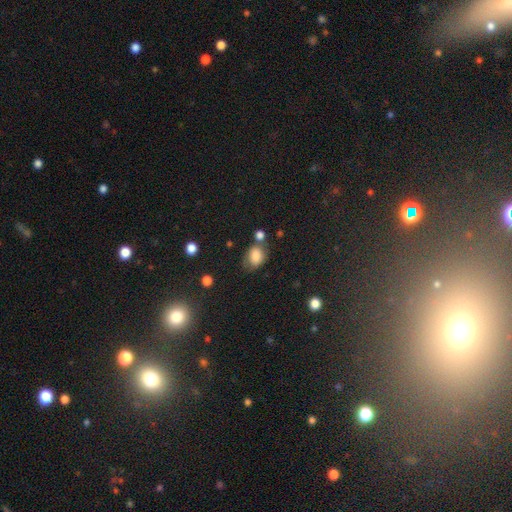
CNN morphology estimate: type=smooth (80%); roundness=in between (65%); merging=none (52%).